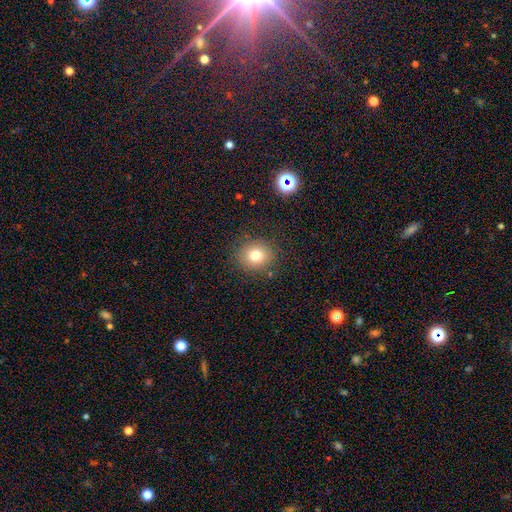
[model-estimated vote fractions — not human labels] A smooth galaxy with no disk features (77%) that is round (81%).

Vote fractions:
- Smooth or featured? smooth: 77% / star or artifact: 13% / featured or disk: 10%
- How rounded? round: 81% / in between: 18% / cigar-shaped: 1%
- Merging? none: 86% / minor disturbance: 9% / major disturbance: 3% / merger: 2%